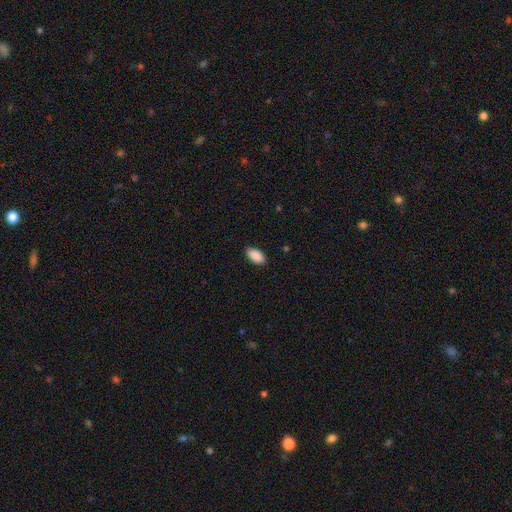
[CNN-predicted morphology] Smooth or featured? Predicted: smooth (p=0.90). How rounded? Predicted: in between (p=0.95). Merging? Predicted: none (p=0.89).